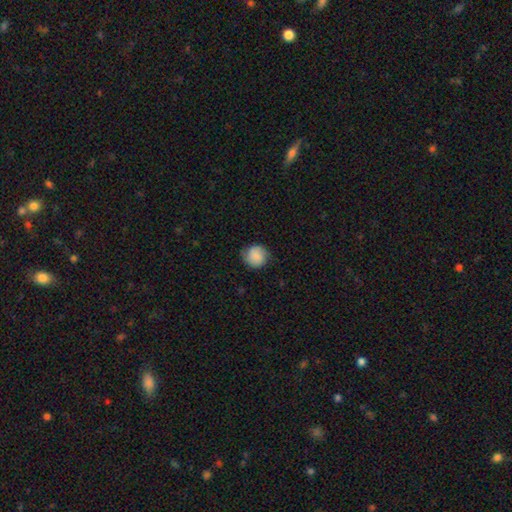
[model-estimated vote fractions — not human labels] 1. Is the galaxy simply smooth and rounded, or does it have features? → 78% smooth, 14% featured or disk, 8% star or artifact.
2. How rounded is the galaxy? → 87% round, 12% in between, 1% cigar-shaped.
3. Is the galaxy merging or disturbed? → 76% none, 18% minor disturbance, 5% major disturbance, 1% merger.